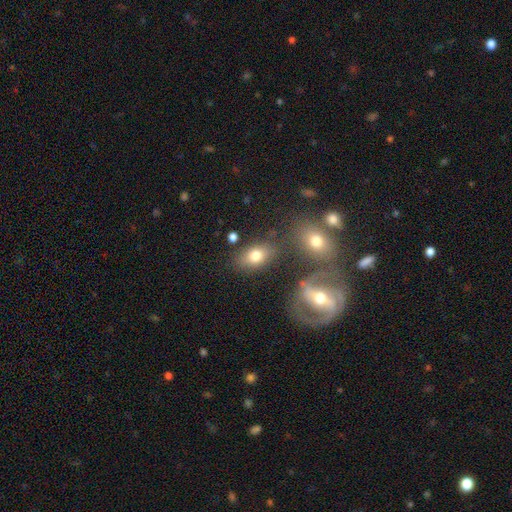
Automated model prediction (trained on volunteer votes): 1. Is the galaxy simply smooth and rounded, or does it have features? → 75% smooth, 15% featured or disk, 10% star or artifact.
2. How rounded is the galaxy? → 84% in between, 13% round, 3% cigar-shaped.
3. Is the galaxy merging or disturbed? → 72% none, 14% minor disturbance, 9% merger, 5% major disturbance.